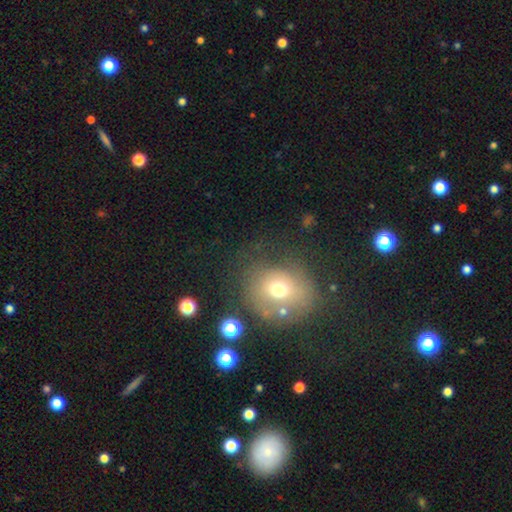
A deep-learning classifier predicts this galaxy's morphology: smooth-or-featured: smooth: 45% | featured or disk: 28% | star or artifact: 27%
  merging: none: 75% | minor disturbance: 13% | major disturbance: 8% | merger: 4%